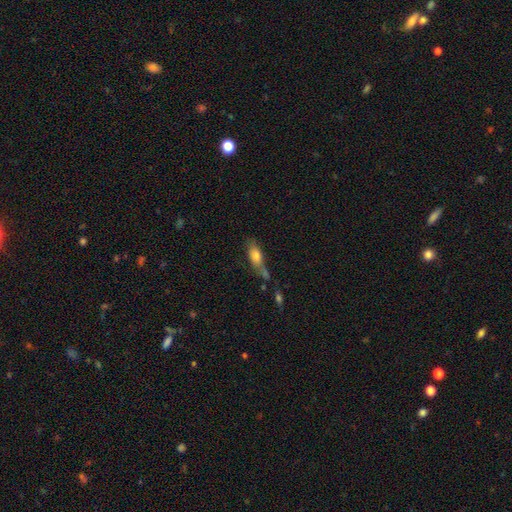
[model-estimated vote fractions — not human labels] Morphology: type=smooth (71%); roundness=in between (63%); merging=none (40%).